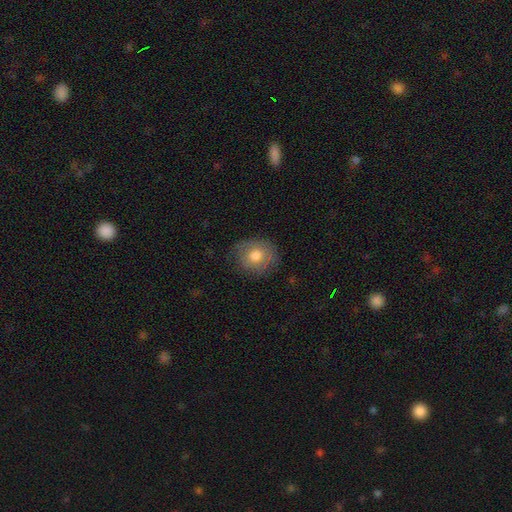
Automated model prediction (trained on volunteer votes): Q: Smooth or featured?
A: smooth (69%); runner-up: featured or disk (23%)
Q: How rounded?
A: round (67%); runner-up: in between (32%)
Q: Merging?
A: none (73%); runner-up: minor disturbance (19%)